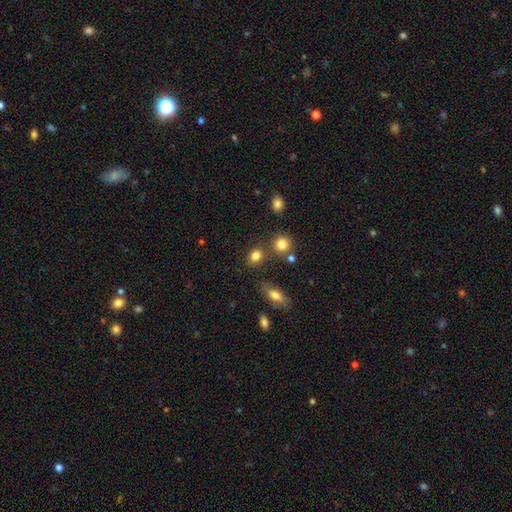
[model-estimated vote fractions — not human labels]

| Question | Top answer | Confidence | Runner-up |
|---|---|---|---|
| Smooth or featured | smooth | 82% | star or artifact (11%) |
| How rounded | in between | 53% | round (45%) |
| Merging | none | 74% | minor disturbance (11%) |